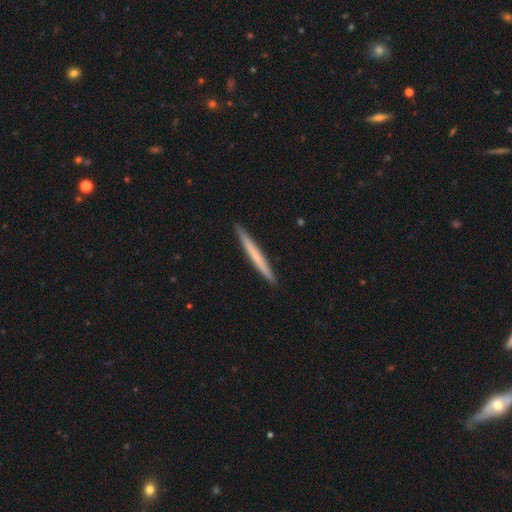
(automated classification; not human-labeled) A smooth galaxy with no disk features (60%) that is cigar-shaped (97%).

Vote fractions:
- Smooth or featured? smooth: 60% / featured or disk: 35% / star or artifact: 5%
- How rounded? cigar-shaped: 97% / in between: 2% / round: 1%
- Merging? none: 93% / minor disturbance: 5% / major disturbance: 1% / merger: 1%